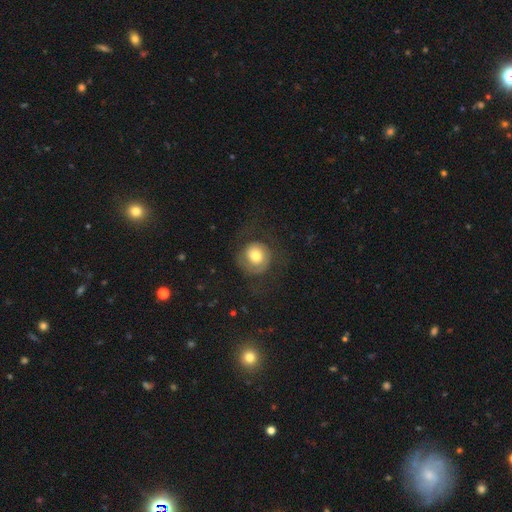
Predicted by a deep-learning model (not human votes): Q: Smooth or featured?
A: smooth (57%); runner-up: featured or disk (36%)
Q: How rounded?
A: round (87%); runner-up: in between (12%)
Q: Merging?
A: none (62%); runner-up: major disturbance (21%)